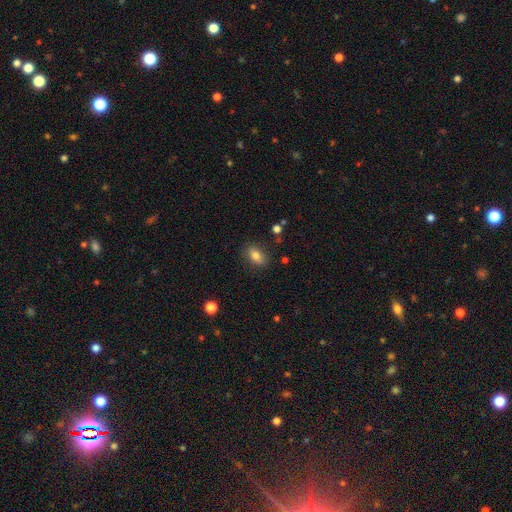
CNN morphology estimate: Q: Smooth or featured?
A: smooth (80%); runner-up: featured or disk (10%)
Q: How rounded?
A: in between (81%); runner-up: round (16%)
Q: Merging?
A: none (85%); runner-up: minor disturbance (11%)